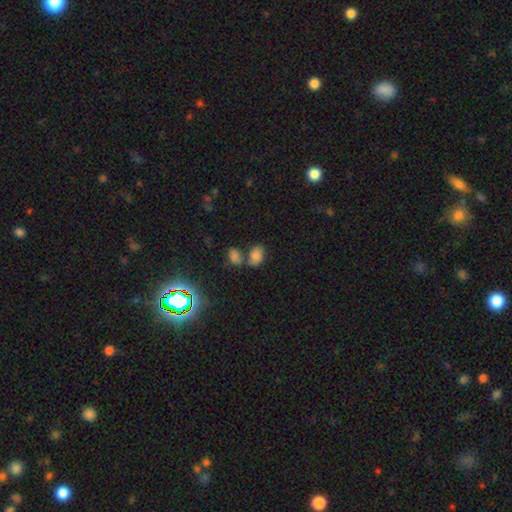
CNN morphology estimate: A smooth galaxy with no disk features (71%) that is in between round and cigar-shaped (79%).

Vote fractions:
- Smooth or featured? smooth: 71% / star or artifact: 17% / featured or disk: 12%
- How rounded? in between: 79% / round: 20% / cigar-shaped: 2%
- Merging? none: 42% / merger: 38% / minor disturbance: 14% / major disturbance: 6%